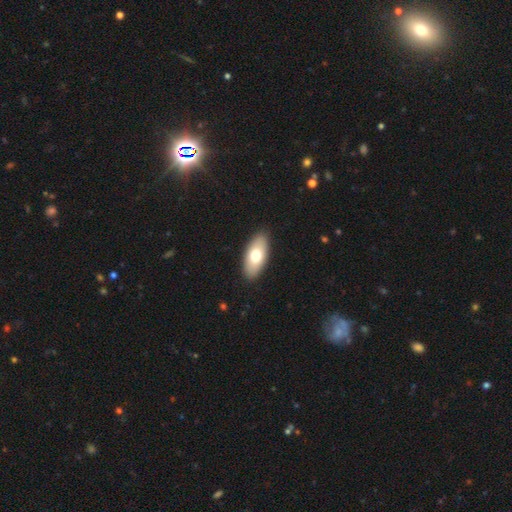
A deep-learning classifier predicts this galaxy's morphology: The model was most divided on "smooth or featured": smooth: 72%, featured or disk: 22%, star or artifact: 6%. More confident: how rounded — in between (90%); merging — none (89%).